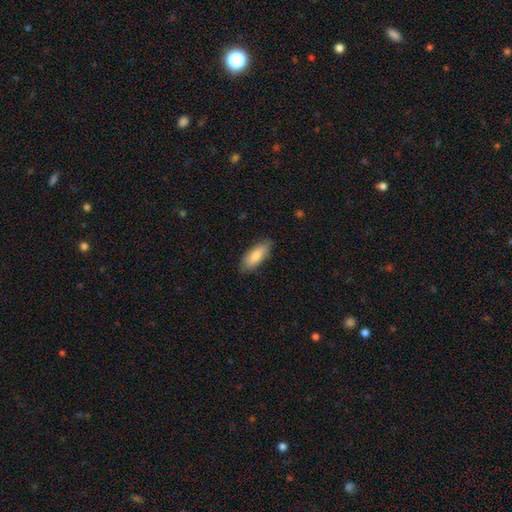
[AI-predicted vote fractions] smooth 81%, featured or disk 13%, star or artifact 6%. Down the decision tree: how rounded — in between (74%); merging — none (82%).